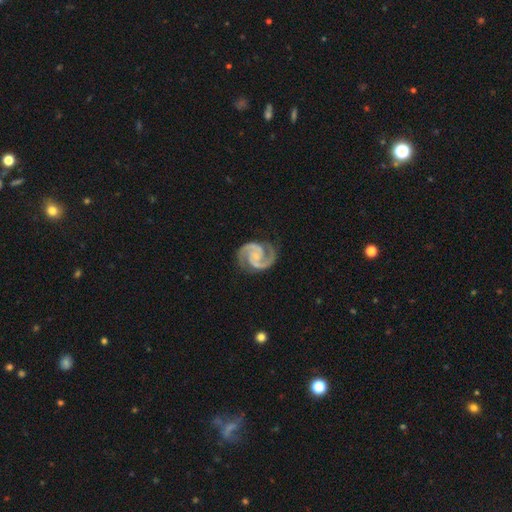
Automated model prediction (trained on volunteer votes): A featured or disk galaxy (94%) with no bar (57%), 2 (94%) medium (54%) spiral arms (99%) and a small central bulge (49%).

Vote fractions:
- Smooth or featured? featured or disk: 94% / star or artifact: 3% / smooth: 3%
- Edge-on disk? no: 99% / yes: 1%
- Bar? no: 57% / weak: 32% / strong: 10%
- Spiral arms? yes: 99% / no: 1%
- Spiral winding? medium: 54% / tight: 39% / loose: 7%
- Spiral arm count? 2: 94% / 3: 2% / can't tell: 1% / 1: 1% / 4: 1% / more than 4: 1%
- Bulge size? small: 49% / none: 33% / moderate: 16% / large: 2% / dominant: 1%
- Merging? none: 82% / minor disturbance: 13% / major disturbance: 4% / merger: 1%